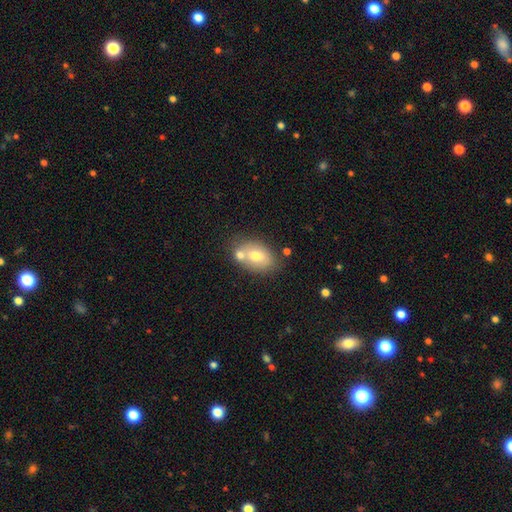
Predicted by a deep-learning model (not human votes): Smooth or featured? Predicted: smooth (p=0.67). How rounded? Predicted: in between (p=0.80). Merging? Predicted: none (p=0.51).